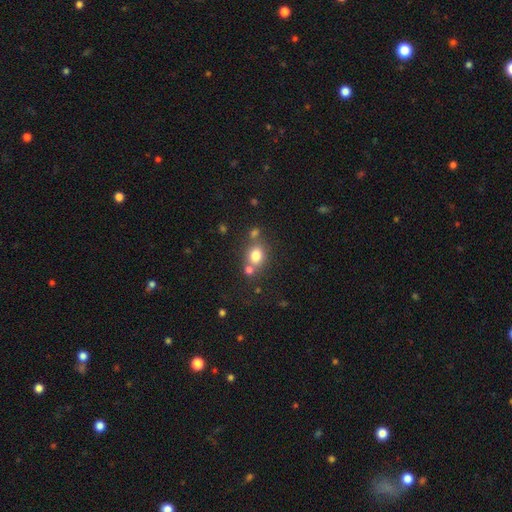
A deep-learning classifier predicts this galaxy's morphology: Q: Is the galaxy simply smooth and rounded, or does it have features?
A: smooth — 77%.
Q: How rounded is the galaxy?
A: round — 59%.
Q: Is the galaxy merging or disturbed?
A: none — 58%.